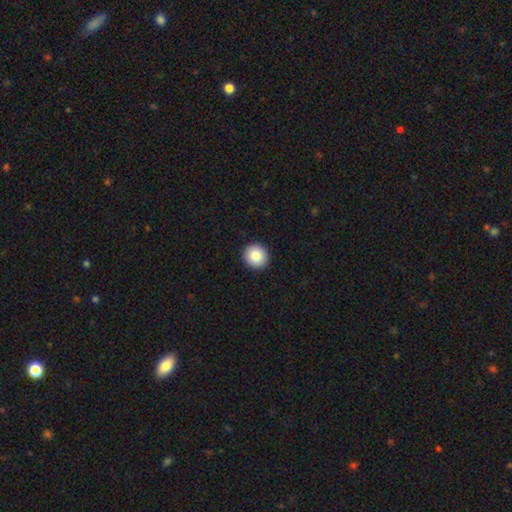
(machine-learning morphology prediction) The model was most divided on "smooth or featured": smooth: 85%, star or artifact: 8%, featured or disk: 7%. More confident: merging — none (94%); how rounded — round (94%).